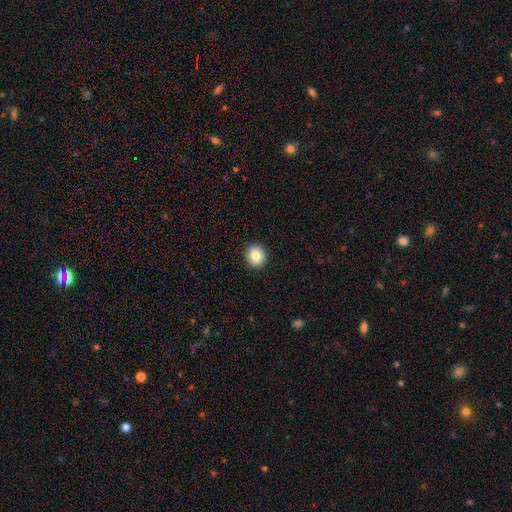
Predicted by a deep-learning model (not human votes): Smooth or featured?
  - smooth: 84% *
  - star or artifact: 9%
  - featured or disk: 6%
How rounded?
  - round: 85% *
  - in between: 14%
  - cigar-shaped: 1%
Merging?
  - none: 92% *
  - minor disturbance: 5%
  - major disturbance: 2%
  - merger: 1%